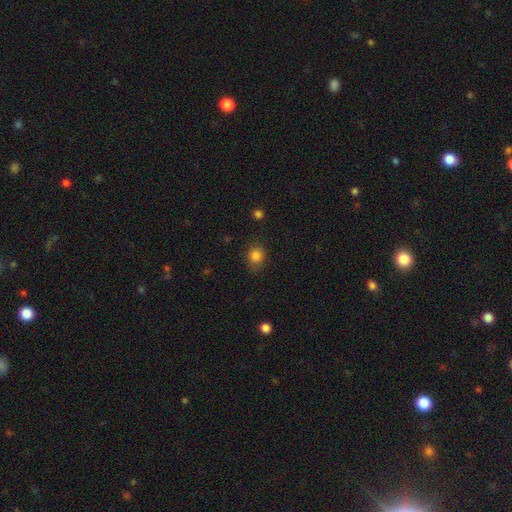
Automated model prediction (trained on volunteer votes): The model was most divided on "how rounded": round: 69%, in between: 30%, cigar-shaped: 1%. More confident: smooth or featured — smooth (83%); merging — none (81%).